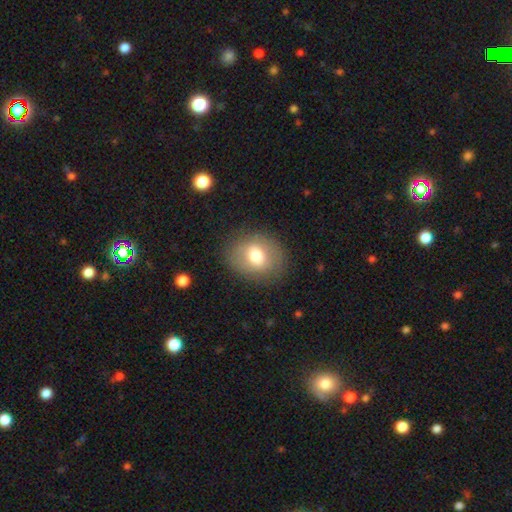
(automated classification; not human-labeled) Morphology: type=smooth (68%); roundness=round (57%); merging=none (83%).